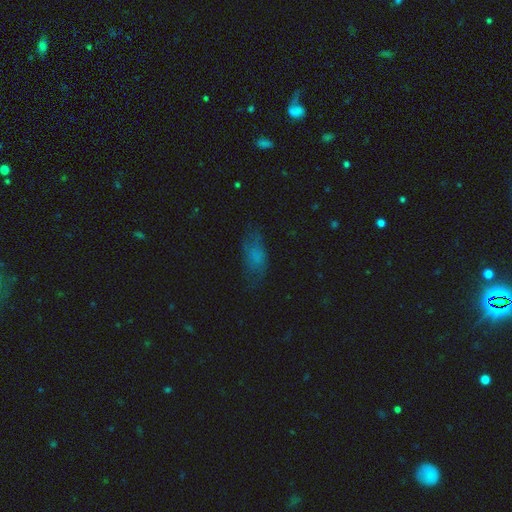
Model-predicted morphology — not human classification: smooth_or_featured: smooth (p=0.64) [alt: featured or disk p=0.22]
how_rounded: in between (p=0.83) [alt: cigar-shaped p=0.12]
merging: none (p=0.59) [alt: minor disturbance p=0.25]